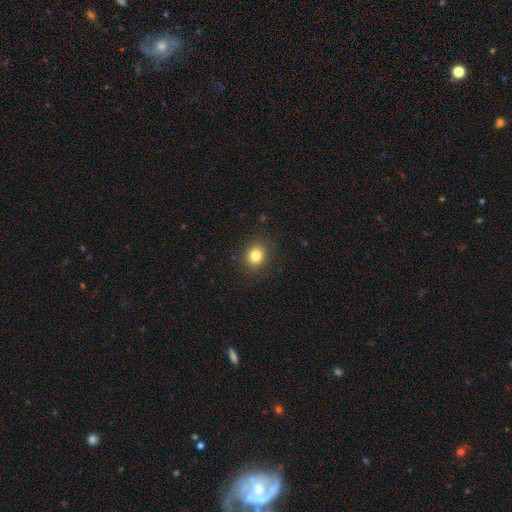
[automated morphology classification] Overall: smooth (82%). How rounded: round (77%). Merging: none (89%).